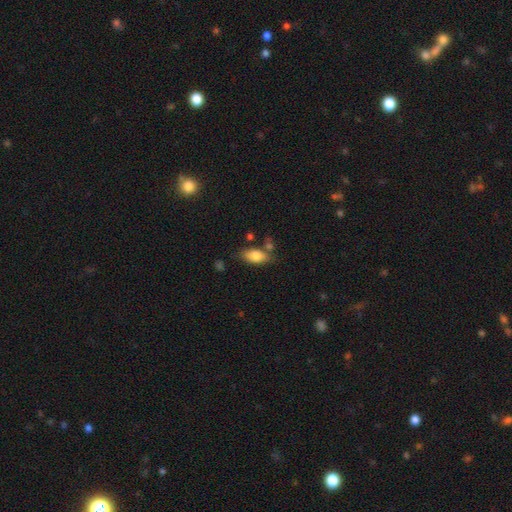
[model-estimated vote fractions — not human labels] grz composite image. It shows a smooth galaxy with no disk features (80%) that is in between round and cigar-shaped (88%). Merging: none (67%).